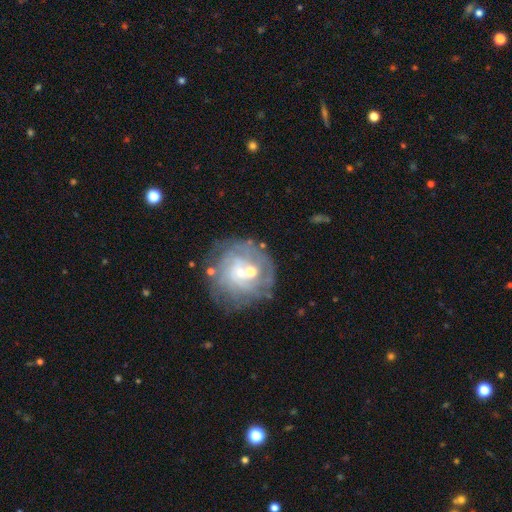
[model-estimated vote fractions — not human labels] Smooth or featured?
  - featured or disk: 69% *
  - smooth: 21%
  - star or artifact: 11%
Edge-on disk?
  - no: 97% *
  - yes: 3%
Bar?
  - no: 74% *
  - weak: 21%
  - strong: 4%
Spiral arms?
  - yes: 76% *
  - no: 24%
Spiral winding?
  - tight: 63% *
  - medium: 25%
  - loose: 12%
Spiral arm count?
  - can't tell: 49% *
  - 3: 12%
  - 4: 12%
  - more than 4: 10%
  - 2: 10%
  - 1: 5%
Bulge size?
  - moderate: 46% *
  - small: 43%
  - large: 5%
  - none: 4%
  - dominant: 2%
Merging?
  - none: 65% *
  - minor disturbance: 17%
  - major disturbance: 11%
  - merger: 7%